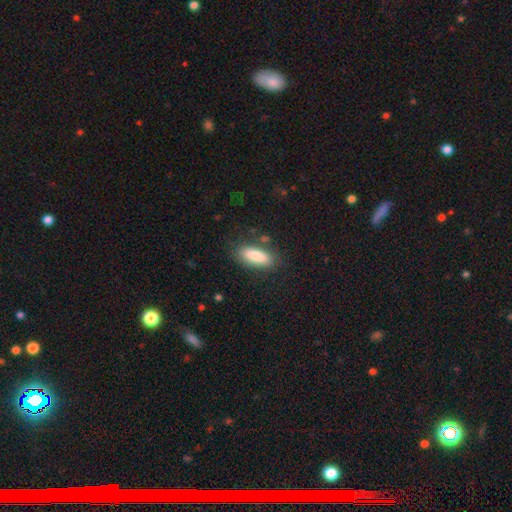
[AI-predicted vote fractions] smooth_or_featured: smooth (p=0.85) [alt: featured or disk p=0.08]
how_rounded: in between (p=0.72) [alt: cigar-shaped p=0.26]
merging: none (p=0.80) [alt: minor disturbance p=0.13]